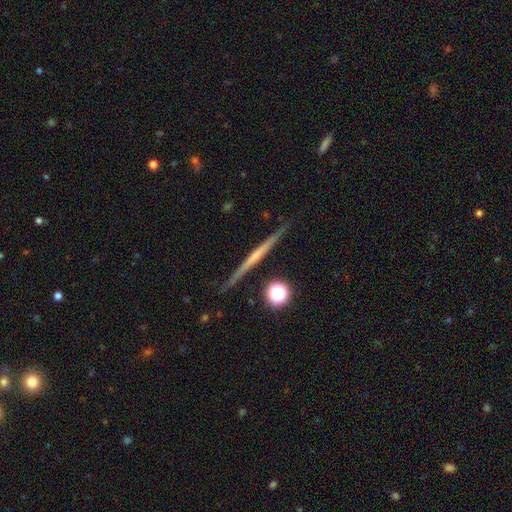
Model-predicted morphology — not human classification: This appears to be a featured or disk galaxy (68%) viewed edge-on (98%) with no central bulge (73%). Merging: none (89%).